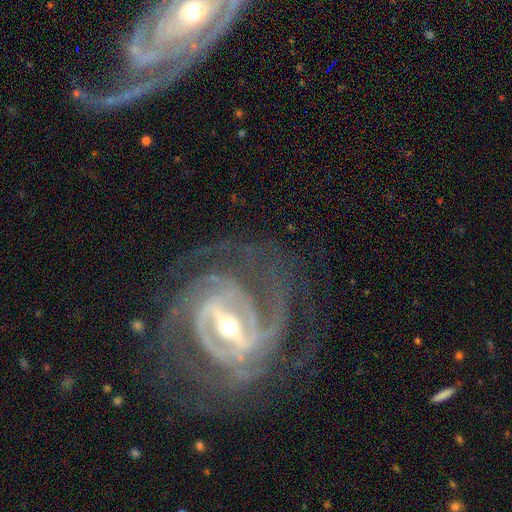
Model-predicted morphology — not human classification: The model was most divided on "spiral arm count" (2-way tie): 2: 27%, 3: 27%, can't tell: 18%, 4: 15%, more than 4: 7%, 1: 7%. More confident: spiral arms — yes (97%); edge-on disk — no (96%); smooth or featured — featured or disk (92%); bar — strong (76%); merging — none (66%); spiral winding — tight (56%); bulge size — moderate (53%).